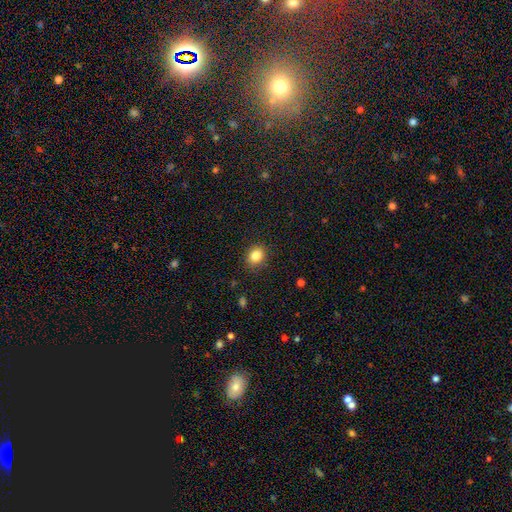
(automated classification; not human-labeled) Morphology: type=smooth (84%); roundness=round (62%); merging=none (86%).